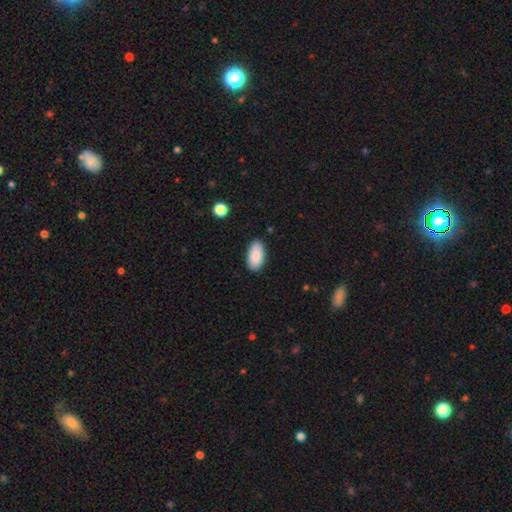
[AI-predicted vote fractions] Smooth or featured?
  - smooth: 89% *
  - star or artifact: 6%
  - featured or disk: 4%
How rounded?
  - in between: 94% *
  - cigar-shaped: 3%
  - round: 2%
Merging?
  - none: 86% *
  - minor disturbance: 10%
  - major disturbance: 2%
  - merger: 1%